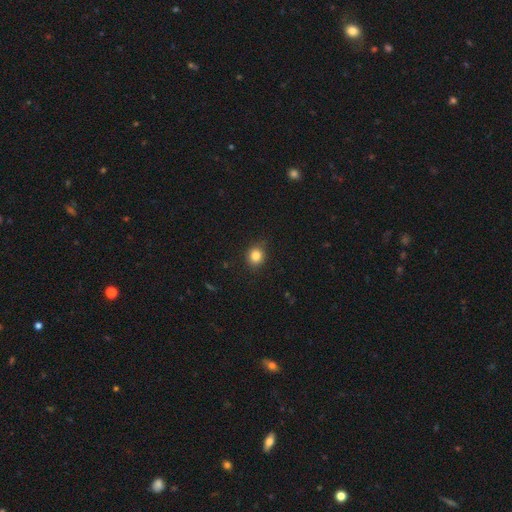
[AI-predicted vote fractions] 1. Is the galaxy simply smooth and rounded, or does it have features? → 84% smooth, 11% star or artifact, 5% featured or disk.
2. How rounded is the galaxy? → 74% round, 25% in between, 1% cigar-shaped.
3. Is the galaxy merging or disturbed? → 86% none, 11% minor disturbance, 2% major disturbance, 1% merger.